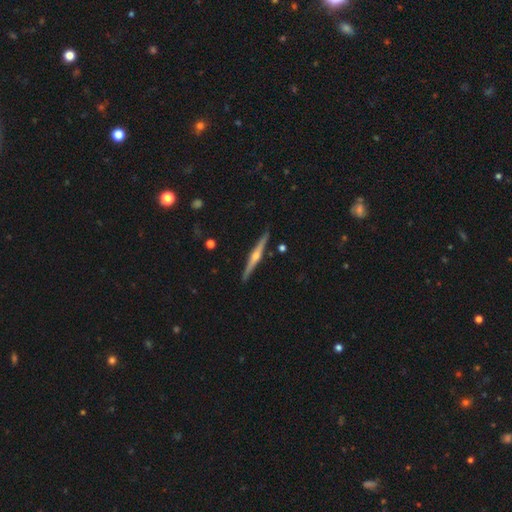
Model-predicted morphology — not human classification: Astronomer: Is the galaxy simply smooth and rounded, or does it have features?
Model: featured or disk — 79%.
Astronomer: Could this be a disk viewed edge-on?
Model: yes — 98%.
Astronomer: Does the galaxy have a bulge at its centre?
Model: rounded — 91%.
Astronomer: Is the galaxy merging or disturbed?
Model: none — 91%.